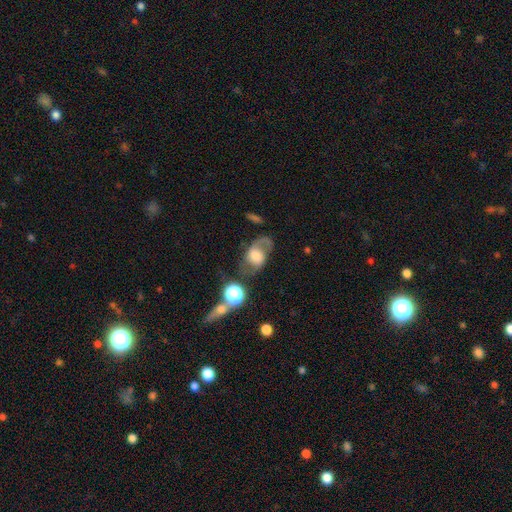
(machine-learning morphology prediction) smooth-or-featured: featured or disk: 60% | smooth: 30% | star or artifact: 10%
  disk-edge-on: no: 95% | yes: 5%
    bar: no: 55% | weak: 35% | strong: 10%
    has-spiral-arms: yes: 82% | no: 18%
    bulge-size: large: 36% | moderate: 31% | small: 16% | none: 9% | dominant: 7%
  merging: none: 49% | major disturbance: 23% | minor disturbance: 22% | merger: 6%